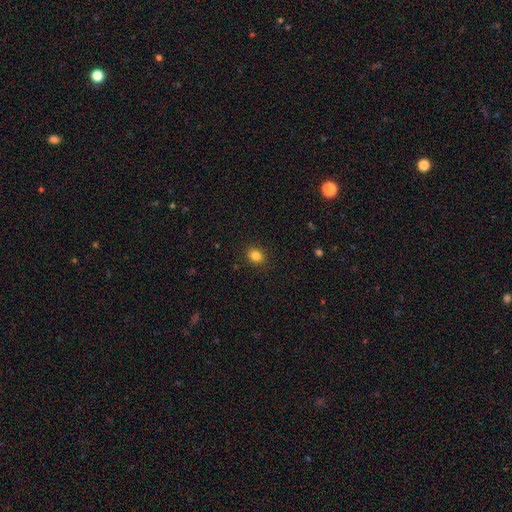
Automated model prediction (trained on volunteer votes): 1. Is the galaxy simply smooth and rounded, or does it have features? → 84% smooth, 12% star or artifact, 5% featured or disk.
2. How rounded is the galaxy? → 63% round, 37% in between, 1% cigar-shaped.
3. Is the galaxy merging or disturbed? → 90% none, 7% minor disturbance, 2% major disturbance, 1% merger.